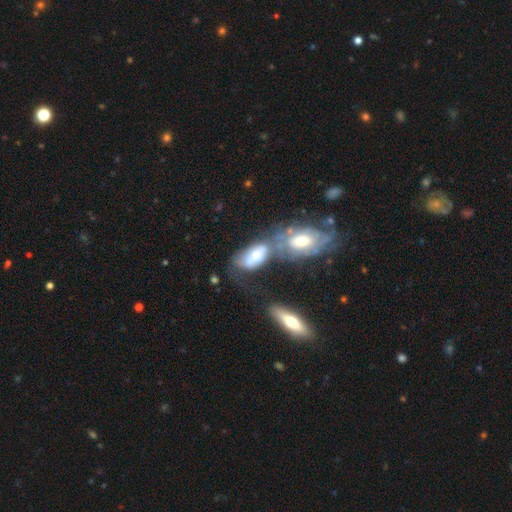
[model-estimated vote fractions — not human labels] smooth 57%, featured or disk 34%, star or artifact 8%. Down the decision tree: how rounded — in between (89%); merging — merger (55%).